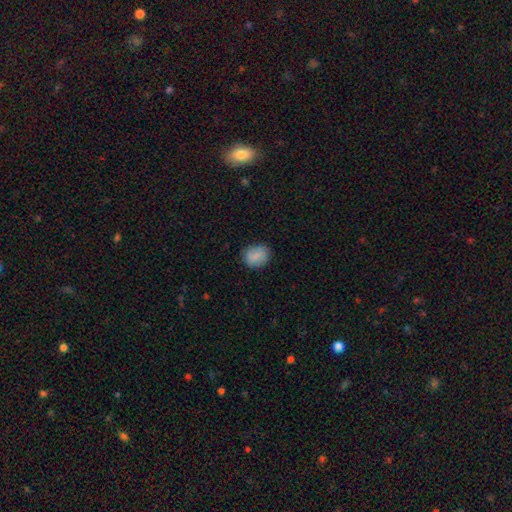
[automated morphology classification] Smooth or featured?
  - smooth: 79% *
  - featured or disk: 13%
  - star or artifact: 8%
How rounded?
  - round: 62% *
  - in between: 37%
  - cigar-shaped: 1%
Merging?
  - none: 82% *
  - minor disturbance: 14%
  - major disturbance: 3%
  - merger: 1%